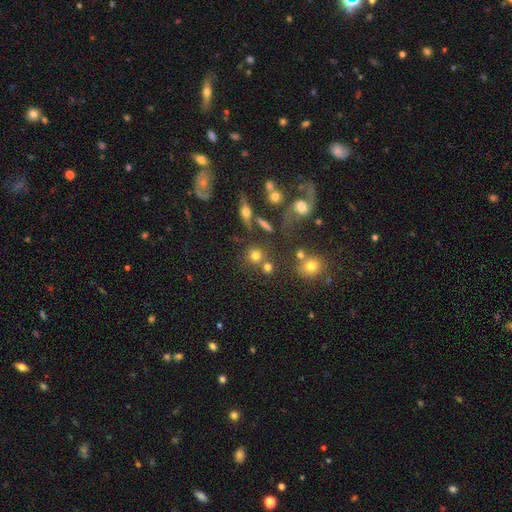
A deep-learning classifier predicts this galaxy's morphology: smooth 71%, star or artifact 16%, featured or disk 14%. Down the decision tree: how rounded — round (89%); merging — none (63%).